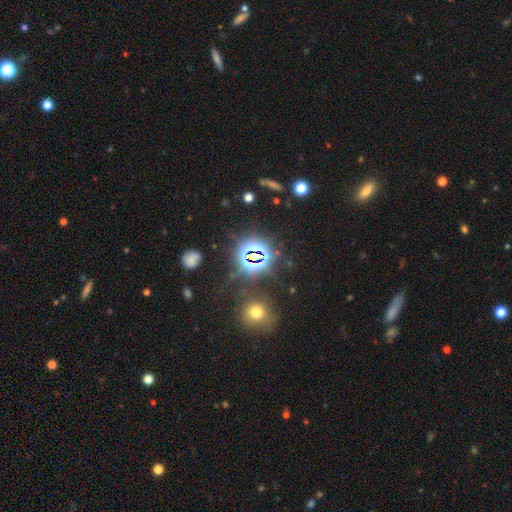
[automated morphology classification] Smooth or featured? Predicted: star or artifact (p=0.79).